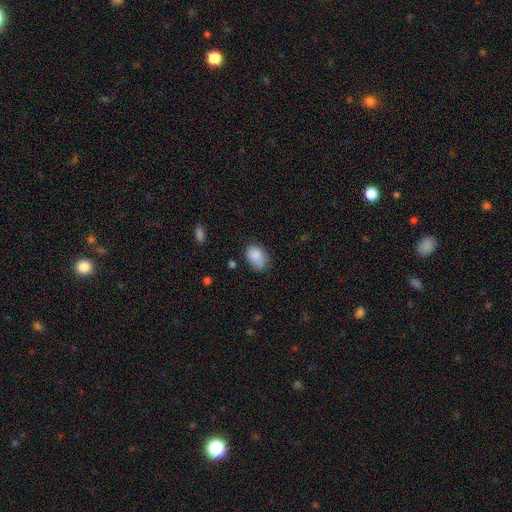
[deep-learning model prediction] smooth 85%, star or artifact 8%, featured or disk 7%. Down the decision tree: how rounded — in between (79%); merging — none (64%).